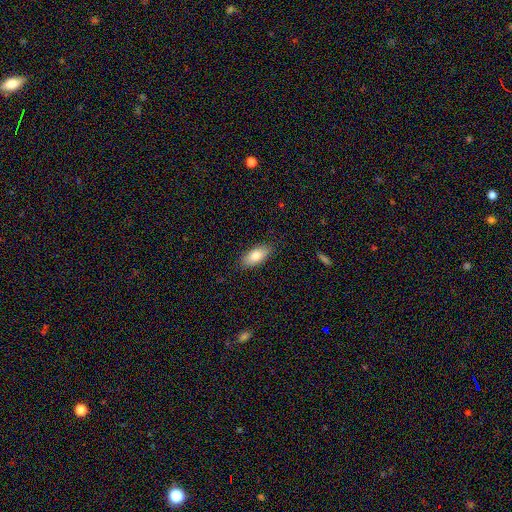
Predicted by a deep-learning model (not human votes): smooth-or-featured: smooth: 81% | featured or disk: 12% | star or artifact: 7%
  how-rounded: in between: 88% | cigar-shaped: 9% | round: 3%
  merging: none: 87% | minor disturbance: 10% | major disturbance: 2% | merger: 1%